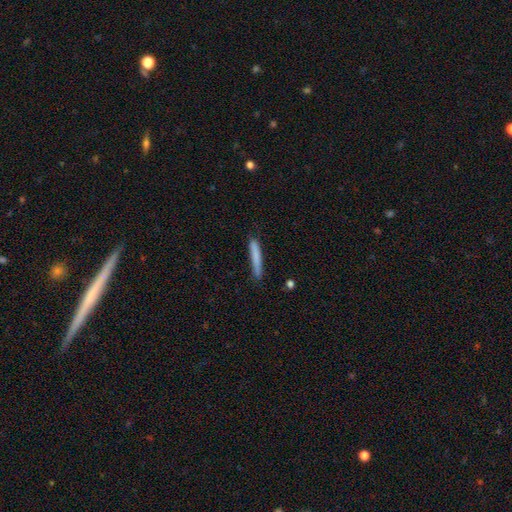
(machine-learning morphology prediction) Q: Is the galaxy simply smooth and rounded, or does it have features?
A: smooth — 77%.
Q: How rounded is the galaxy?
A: cigar-shaped — 95%.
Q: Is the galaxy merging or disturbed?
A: none — 82%.